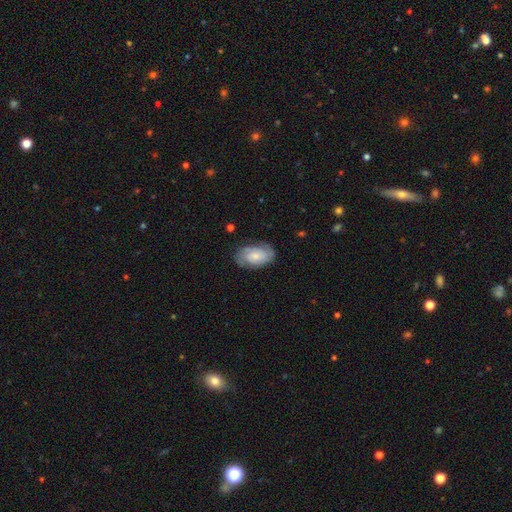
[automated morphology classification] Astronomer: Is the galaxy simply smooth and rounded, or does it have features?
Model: featured or disk — 54% (runner-up: smooth, 39%).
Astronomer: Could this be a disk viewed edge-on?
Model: no — 96%.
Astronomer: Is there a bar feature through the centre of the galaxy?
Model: no — 73%.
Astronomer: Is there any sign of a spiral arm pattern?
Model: yes — 85%.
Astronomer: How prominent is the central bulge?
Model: small — 60%.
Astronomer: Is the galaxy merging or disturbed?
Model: none — 74%.